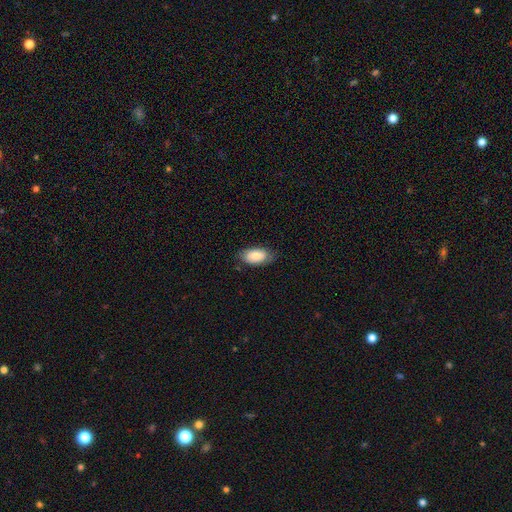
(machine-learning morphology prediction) smooth-or-featured: smooth: 83% | featured or disk: 11% | star or artifact: 6%
  how-rounded: in between: 94% | round: 3% | cigar-shaped: 3%
  merging: none: 76% | minor disturbance: 19% | major disturbance: 4% | merger: 1%